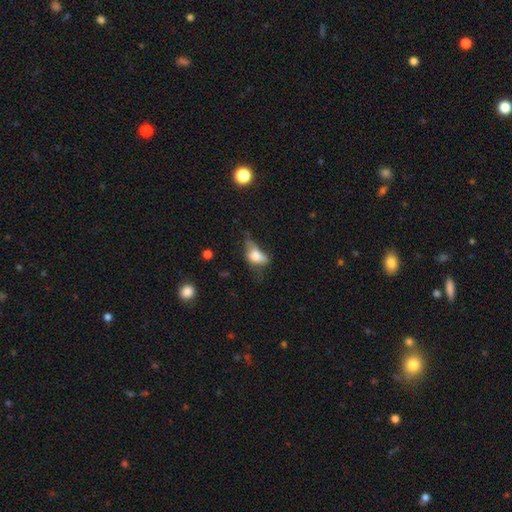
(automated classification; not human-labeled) Smooth or featured?
  - smooth: 63% *
  - featured or disk: 25%
  - star or artifact: 11%
How rounded?
  - in between: 80% *
  - round: 14%
  - cigar-shaped: 6%
Merging?
  - major disturbance: 42% *
  - minor disturbance: 29%
  - none: 22%
  - merger: 7%